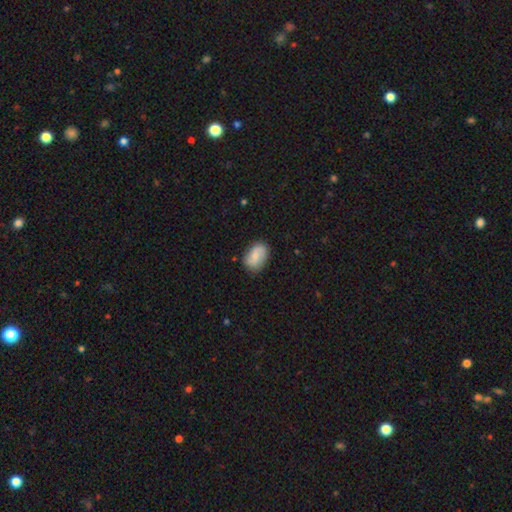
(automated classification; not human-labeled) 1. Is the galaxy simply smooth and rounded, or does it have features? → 63% smooth, 30% featured or disk, 7% star or artifact.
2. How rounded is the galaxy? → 86% in between, 12% round, 2% cigar-shaped.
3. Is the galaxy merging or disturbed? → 76% none, 18% minor disturbance, 4% major disturbance, 2% merger.